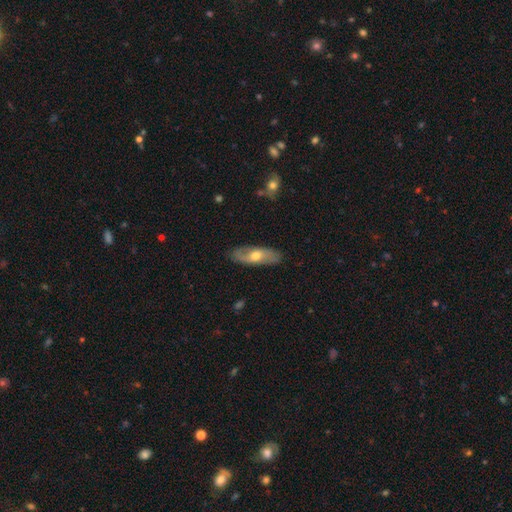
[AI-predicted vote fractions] The model was most divided on "smooth or featured": featured or disk: 51%, smooth: 43%, star or artifact: 6%. More confident: merging — none (85%); edge-on disk — no (72%).